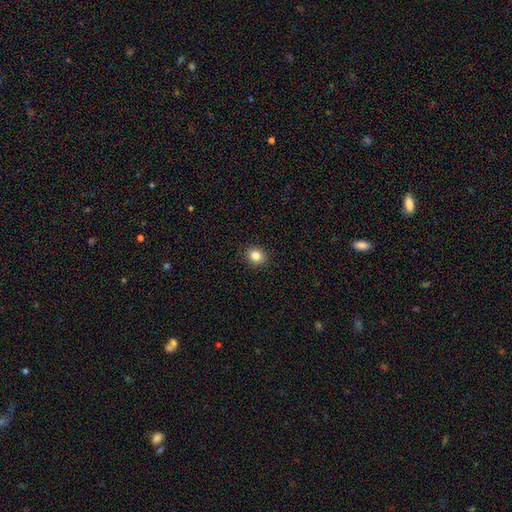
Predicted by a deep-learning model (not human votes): The model was most divided on "how rounded": round: 71%, in between: 28%, cigar-shaped: 1%. More confident: merging — none (91%); smooth or featured — smooth (83%).